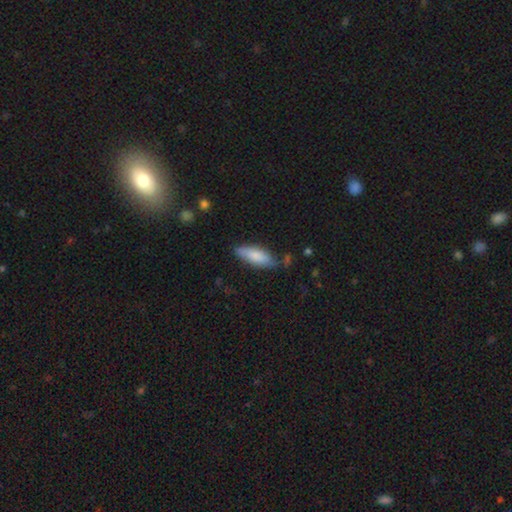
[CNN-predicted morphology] smooth_or_featured: smooth (p=0.81) [alt: featured or disk p=0.14]
how_rounded: in between (p=0.65) [alt: cigar-shaped p=0.33]
merging: none (p=0.71) [alt: minor disturbance p=0.22]